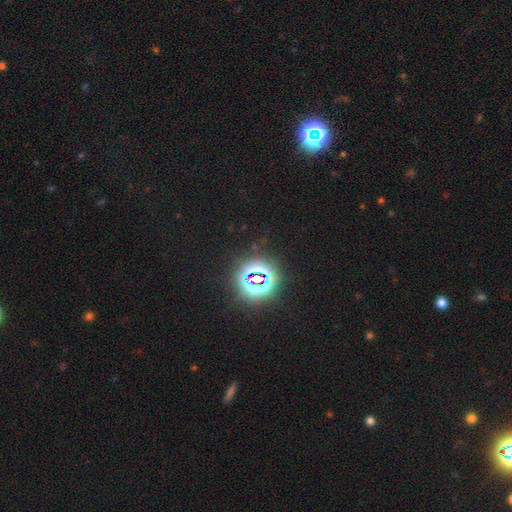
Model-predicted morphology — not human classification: Smooth or featured: star or artifact — 80% (smooth — 13%)